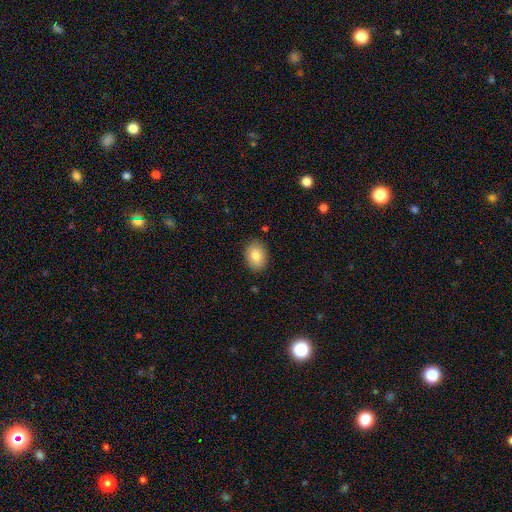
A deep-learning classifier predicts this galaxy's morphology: This is clearly a smooth galaxy (84%). How rounded: likely in between (75%). Merging: clearly none (87%).